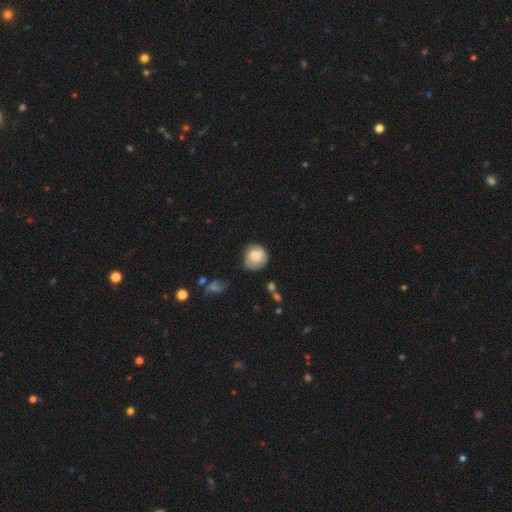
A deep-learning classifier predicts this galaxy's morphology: Smooth or featured: smooth — 67% (featured or disk — 26%)
How rounded: round — 83% (in between — 16%)
Merging: none — 61% (minor disturbance — 27%)